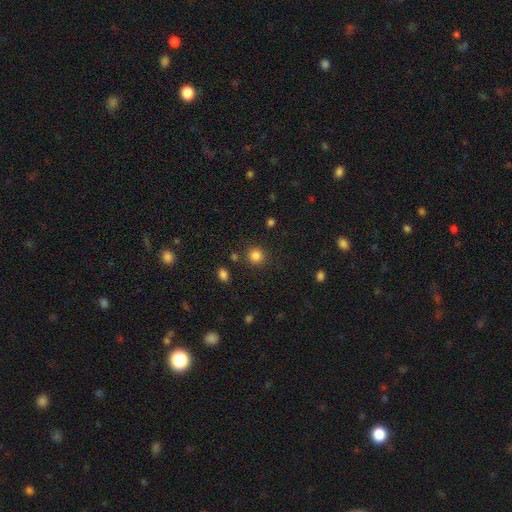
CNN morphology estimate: The model was most divided on "smooth or featured": smooth: 84%, star or artifact: 12%, featured or disk: 4%. More confident: how rounded — round (89%); merging — none (85%).